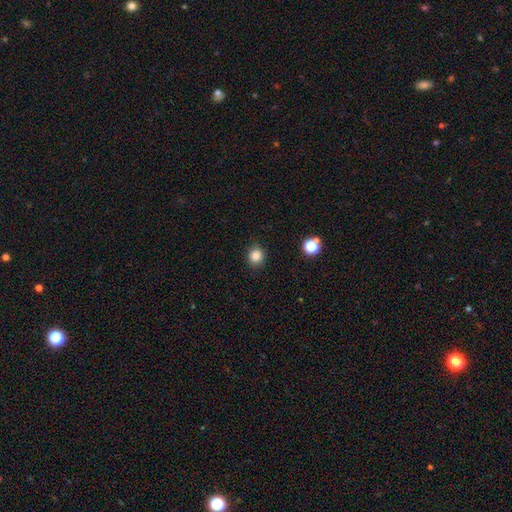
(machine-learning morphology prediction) Smooth or featured?
  - smooth: 84% *
  - star or artifact: 12%
  - featured or disk: 4%
How rounded?
  - round: 82% *
  - in between: 17%
  - cigar-shaped: 1%
Merging?
  - none: 88% *
  - minor disturbance: 8%
  - major disturbance: 2%
  - merger: 1%